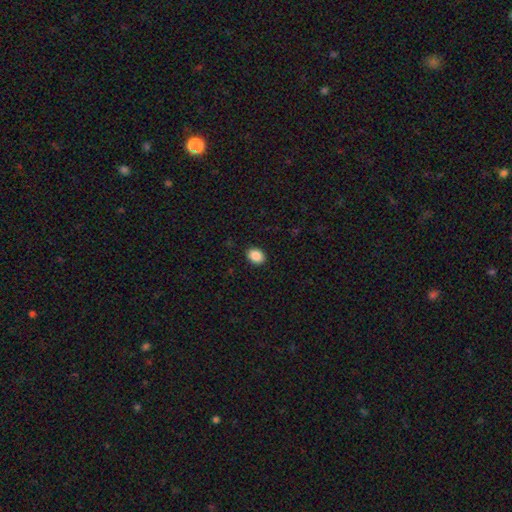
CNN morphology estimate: Smooth or featured? smooth (89%)
How rounded? in between (65%)
Merging? none (90%)